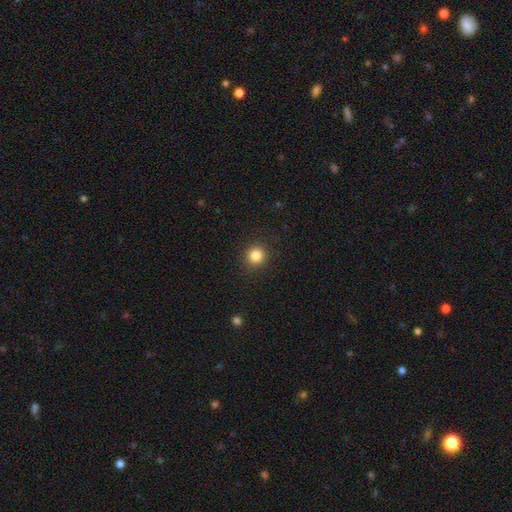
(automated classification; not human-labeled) Overall: smooth (84%). How rounded: round (92%). Merging: none (91%).